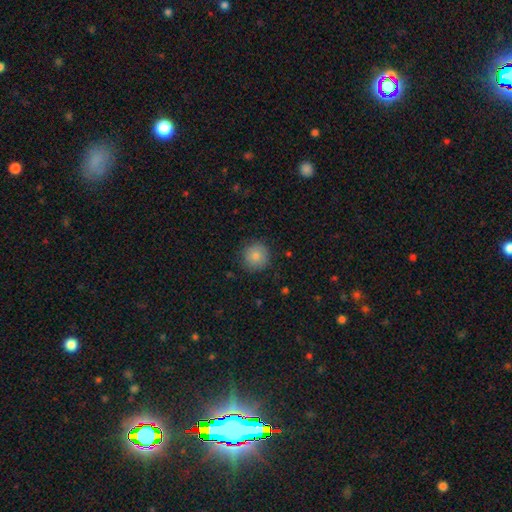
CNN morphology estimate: This appears to be a smooth galaxy with no disk features (84%) that is round (94%). Merging: none (85%).